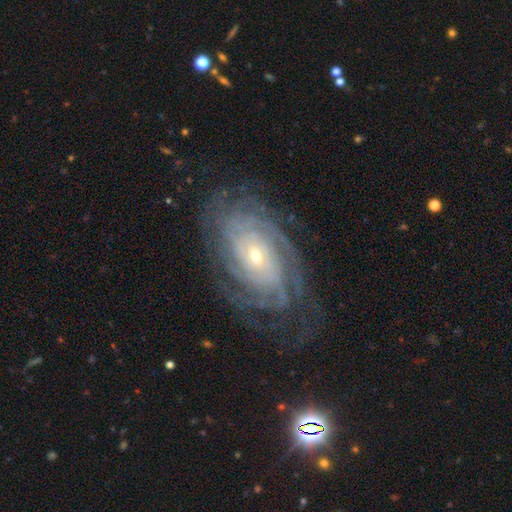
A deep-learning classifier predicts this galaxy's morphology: Smooth or featured?
  - featured or disk: 88% *
  - star or artifact: 6%
  - smooth: 6%
Edge-on disk?
  - no: 95% *
  - yes: 5%
Bar?
  - no: 68% *
  - weak: 23%
  - strong: 9%
Spiral arms?
  - yes: 97% *
  - no: 3%
Spiral winding?
  - tight: 79% *
  - medium: 17%
  - loose: 4%
Spiral arm count?
  - can't tell: 32% *
  - 4: 20%
  - more than 4: 18%
  - 3: 13%
  - 2: 11%
  - 1: 6%
Bulge size?
  - small: 62% *
  - moderate: 34%
  - large: 2%
  - none: 1%
  - dominant: 1%
Merging?
  - none: 76% *
  - minor disturbance: 15%
  - major disturbance: 8%
  - merger: 1%